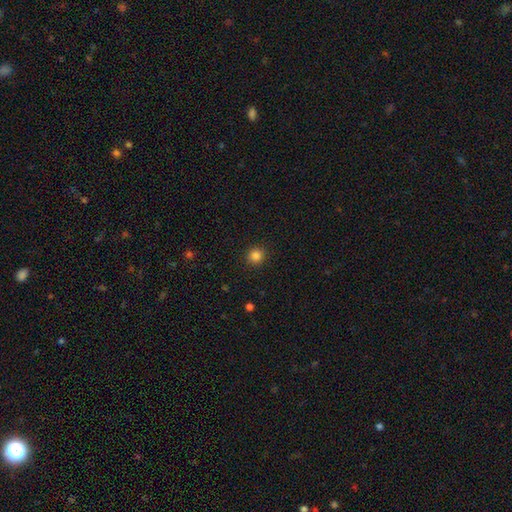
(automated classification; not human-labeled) This is clearly a smooth galaxy (84%). How rounded: clearly round (93%). Merging: clearly none (92%).